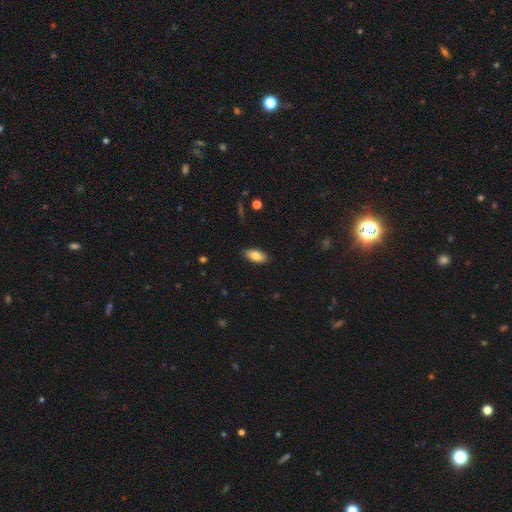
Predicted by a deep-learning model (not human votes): This is clearly a smooth galaxy (82%). How rounded: clearly in between (89%). Merging: clearly none (88%).